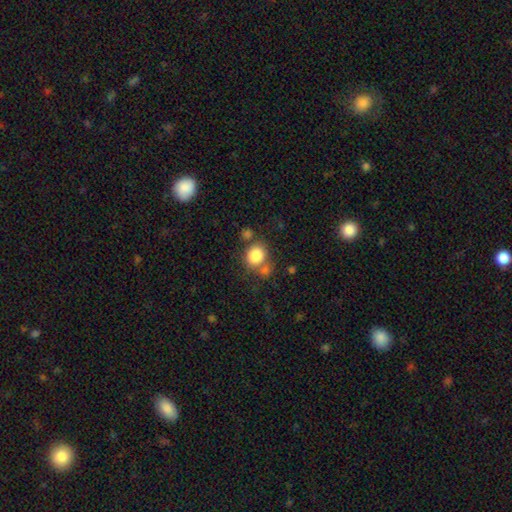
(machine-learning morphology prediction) Smooth or featured?
  - smooth: 83% *
  - star or artifact: 10%
  - featured or disk: 7%
How rounded?
  - round: 68% *
  - in between: 31%
  - cigar-shaped: 1%
Merging?
  - none: 57% *
  - merger: 23%
  - minor disturbance: 14%
  - major disturbance: 6%